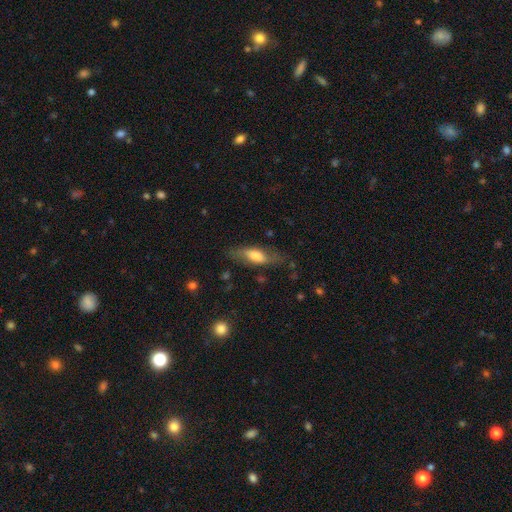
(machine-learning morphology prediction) This appears to be a smooth galaxy with no disk features (60%) that is in between round and cigar-shaped (61%). Merging: none (70%).